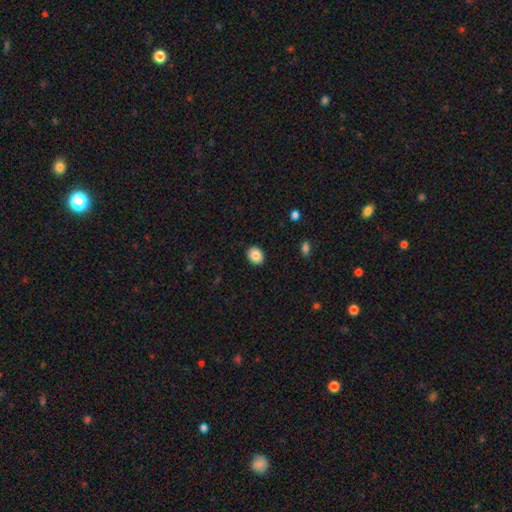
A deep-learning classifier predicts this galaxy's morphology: The model was most divided on "how rounded": in between: 54%, round: 45%, cigar-shaped: 1%. More confident: merging — none (90%); smooth or featured — smooth (85%).